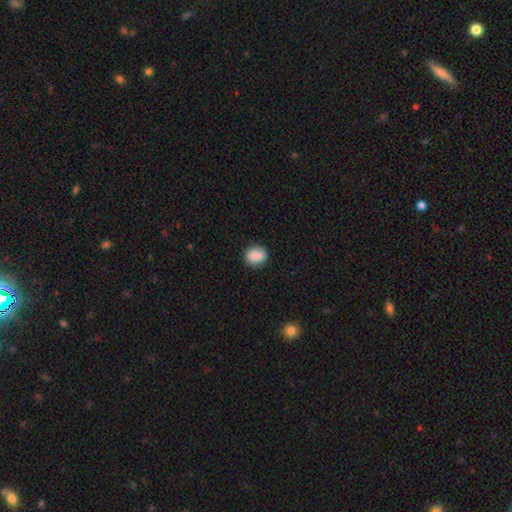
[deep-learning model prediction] A smooth galaxy with no disk features (87%) that is round (60%). Merging: none (85%).